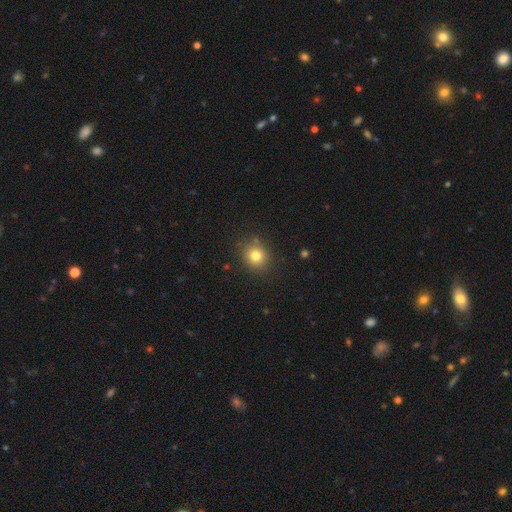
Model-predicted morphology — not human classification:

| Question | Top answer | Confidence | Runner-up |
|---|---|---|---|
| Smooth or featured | smooth | 80% | star or artifact (13%) |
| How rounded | round | 82% | in between (17%) |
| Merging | none | 85% | minor disturbance (10%) |